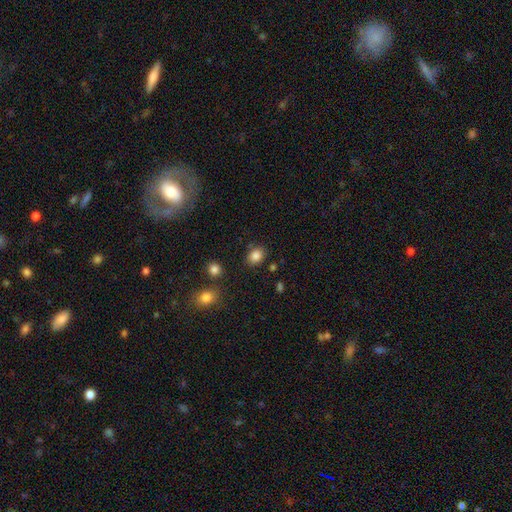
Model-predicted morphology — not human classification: This appears to be a smooth galaxy with no disk features (85%) that is in between round and cigar-shaped (58%). Merging: none (82%).